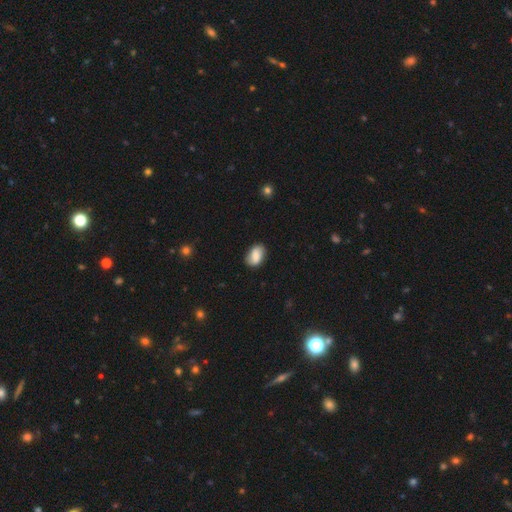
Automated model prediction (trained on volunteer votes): Overall: smooth (79%). How rounded: in between (89%). Merging: none (78%).